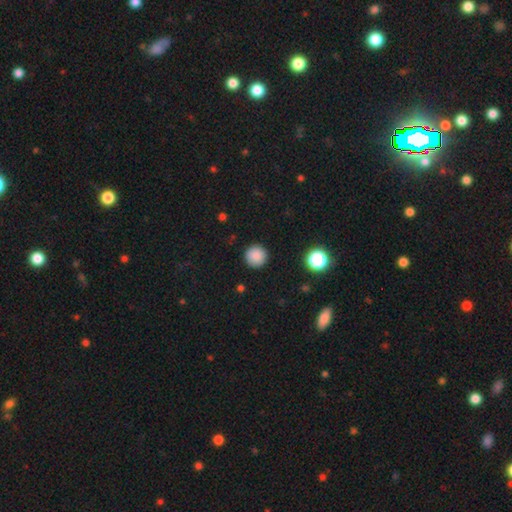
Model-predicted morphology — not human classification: Smooth or featured?
  - smooth: 86% *
  - star or artifact: 10%
  - featured or disk: 4%
How rounded?
  - round: 96% *
  - in between: 3%
  - cigar-shaped: 1%
Merging?
  - none: 91% *
  - minor disturbance: 6%
  - major disturbance: 2%
  - merger: 1%